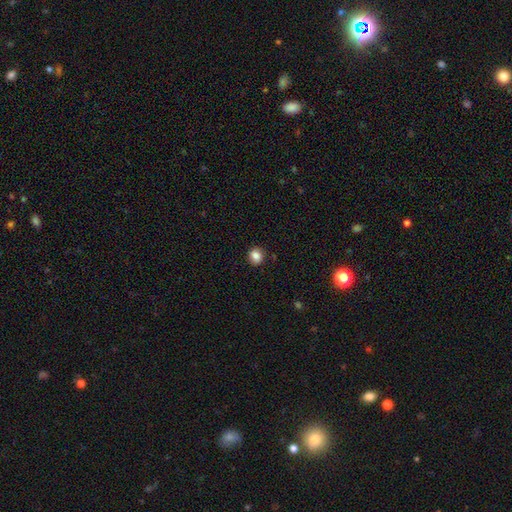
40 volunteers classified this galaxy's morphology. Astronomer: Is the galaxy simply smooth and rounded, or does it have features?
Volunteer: smooth — 90%.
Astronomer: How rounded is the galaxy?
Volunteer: round — 69%.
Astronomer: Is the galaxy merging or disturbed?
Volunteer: none — 78%.